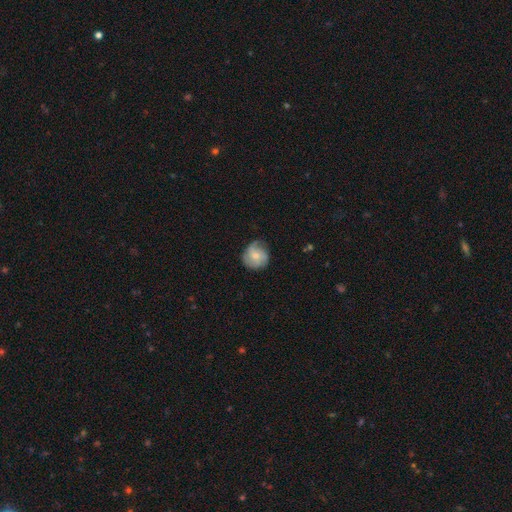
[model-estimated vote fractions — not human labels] This is possibly a featured or disk galaxy (46%, tied with smooth). Merging: likely none (67%).